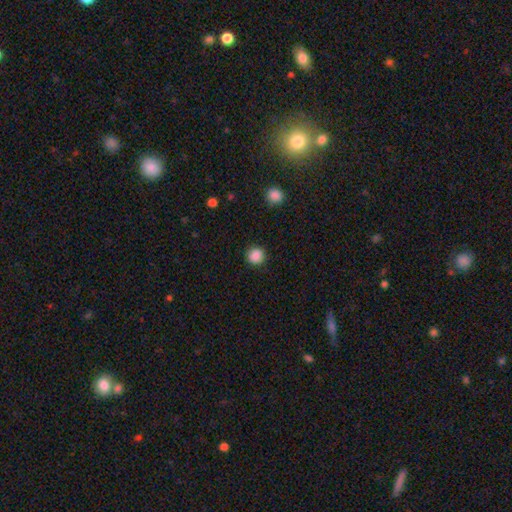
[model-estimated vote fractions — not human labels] Smooth or featured?
  - smooth: 88% *
  - star or artifact: 10%
  - featured or disk: 3%
How rounded?
  - round: 93% *
  - in between: 6%
  - cigar-shaped: 1%
Merging?
  - none: 90% *
  - minor disturbance: 6%
  - major disturbance: 2%
  - merger: 1%